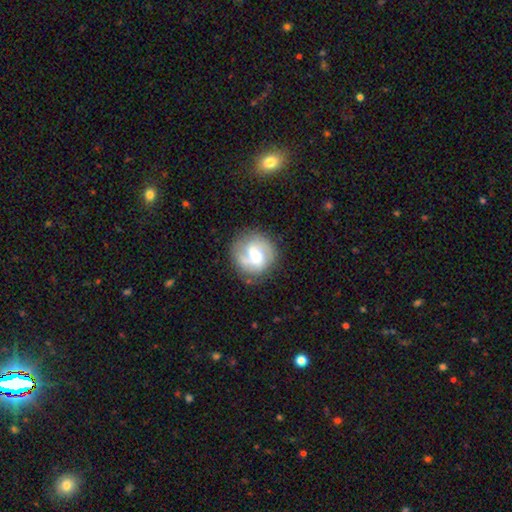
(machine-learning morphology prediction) Overall: featured or disk (73%). Edge-on disk: no (98%). Bar: weak (49%; no 35%). Spiral arms: yes (91%). Spiral arm count: 2 (73%). Spiral winding: medium (46%; loose 28%). Bulge size: moderate (61%; small 30%). Merging: none (78%).